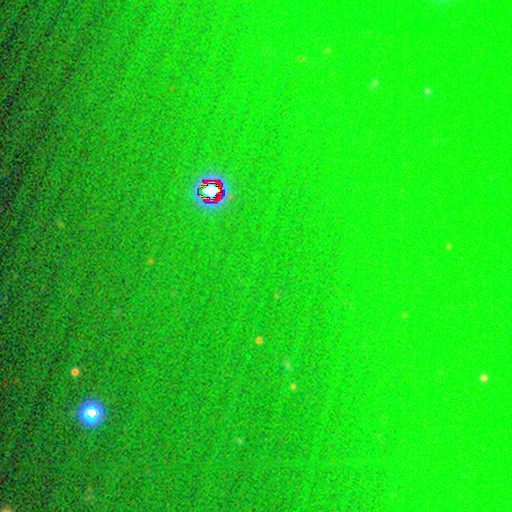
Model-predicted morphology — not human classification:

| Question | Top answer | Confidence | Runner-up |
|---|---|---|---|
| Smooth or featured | star or artifact | 78% | smooth (14%) |